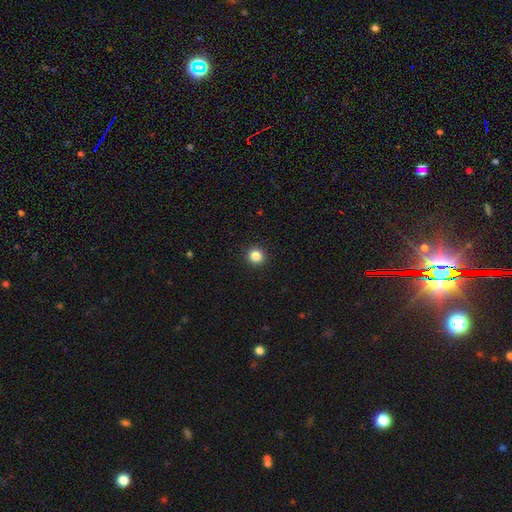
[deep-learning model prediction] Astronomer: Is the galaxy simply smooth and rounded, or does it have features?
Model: smooth — 85%.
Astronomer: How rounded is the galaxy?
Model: round — 93%.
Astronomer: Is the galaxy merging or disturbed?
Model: none — 93%.